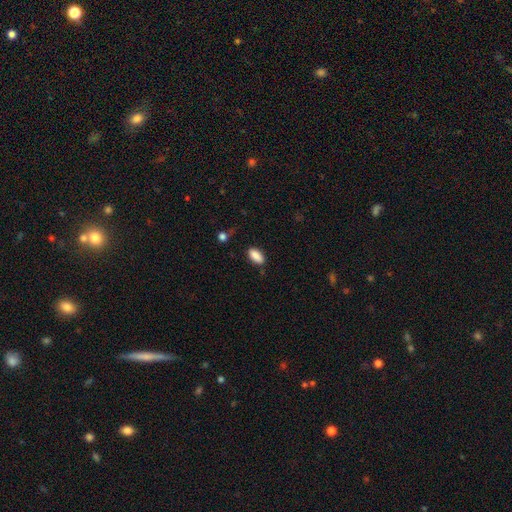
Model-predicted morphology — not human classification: Smooth or featured: smooth — 88% (star or artifact — 8%)
How rounded: in between — 90% (cigar-shaped — 6%)
Merging: none — 79% (minor disturbance — 15%)